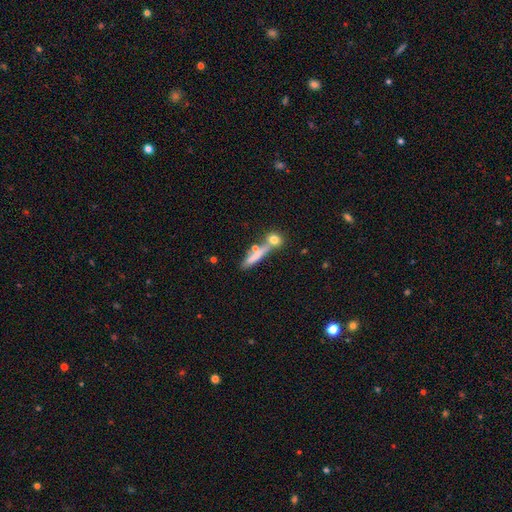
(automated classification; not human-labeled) Morphology: type=smooth (66%); roundness=cigar-shaped (76%); merging=none (56%).